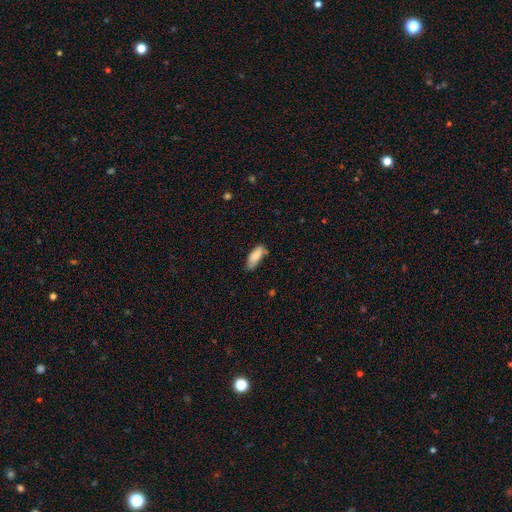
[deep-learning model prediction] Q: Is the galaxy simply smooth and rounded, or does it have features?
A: smooth — 86%.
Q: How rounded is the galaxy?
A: in between — 77%.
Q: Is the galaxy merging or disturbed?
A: none — 58%.